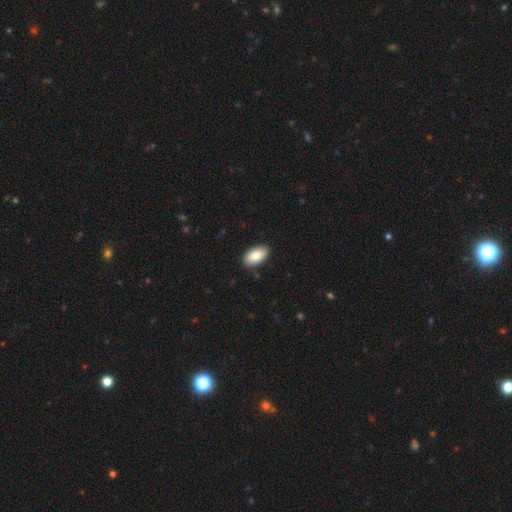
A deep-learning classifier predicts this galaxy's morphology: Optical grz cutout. It shows a smooth galaxy with no disk features (86%) that is in between round and cigar-shaped (95%). Merging: none (89%).